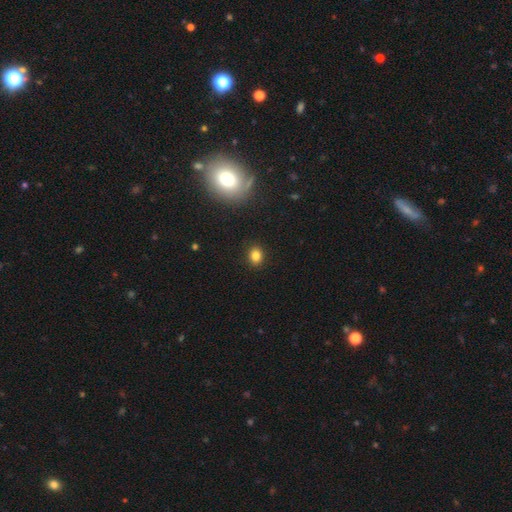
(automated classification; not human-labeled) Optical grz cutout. It shows a smooth galaxy with no disk features (83%) that is round (57%). Merging: none (90%).